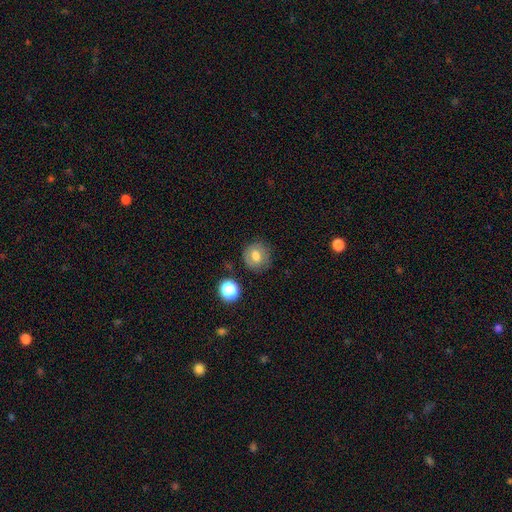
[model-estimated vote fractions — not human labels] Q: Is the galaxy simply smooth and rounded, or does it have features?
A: smooth — 67%.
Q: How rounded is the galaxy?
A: round — 83%.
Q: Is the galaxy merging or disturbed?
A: none — 80%.